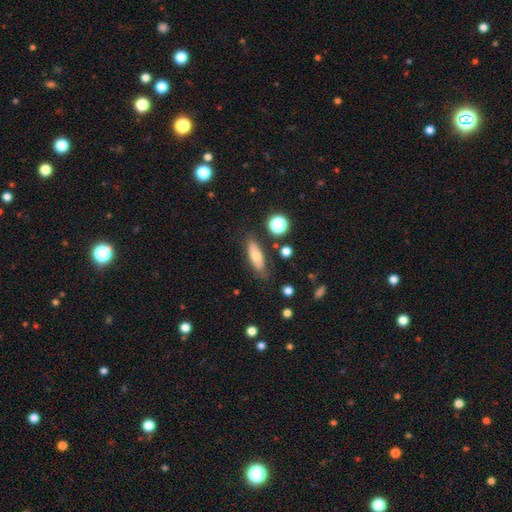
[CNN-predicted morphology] Smooth or featured? Predicted: smooth (p=0.64). How rounded? Predicted: in between (p=0.60). Merging? Predicted: none (p=0.76).